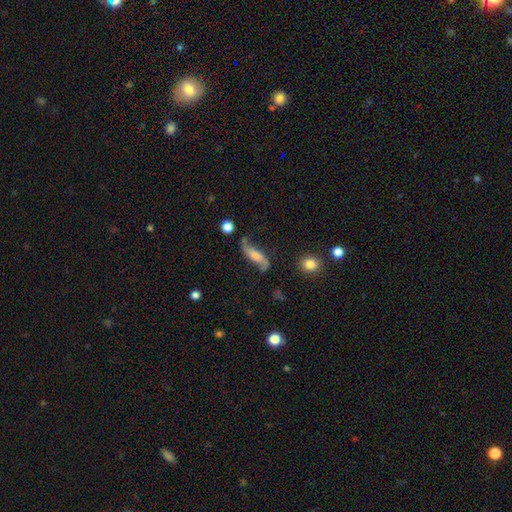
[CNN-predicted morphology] This is possibly a featured or disk galaxy (56%). It is clearly not viewed edge-on (81%). Merging: possibly none (55%).